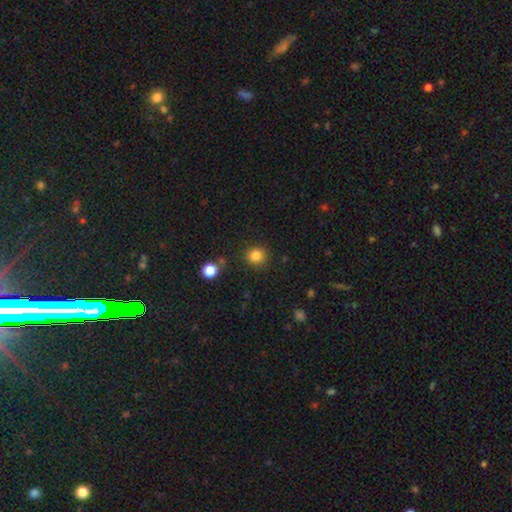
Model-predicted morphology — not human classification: Smooth or featured?
  - smooth: 84% *
  - star or artifact: 12%
  - featured or disk: 5%
How rounded?
  - round: 88% *
  - in between: 11%
  - cigar-shaped: 1%
Merging?
  - none: 86% *
  - minor disturbance: 8%
  - major disturbance: 3%
  - merger: 3%